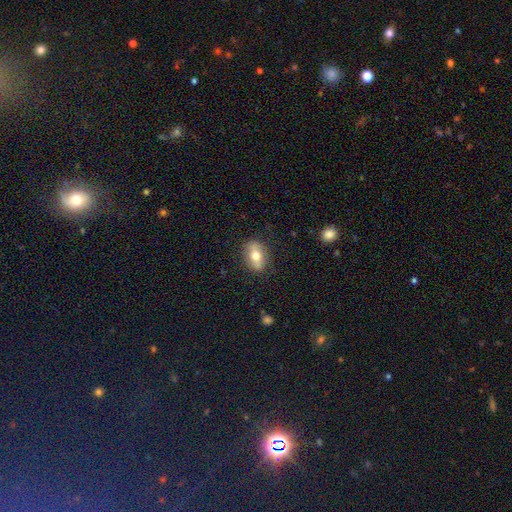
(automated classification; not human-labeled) Morphology: type=smooth (58%); roundness=in between (76%); merging=none (84%).